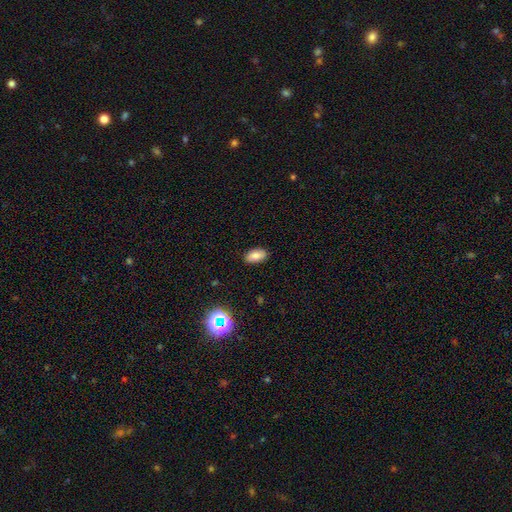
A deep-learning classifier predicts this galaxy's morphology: Smooth or featured? Predicted: smooth (p=0.81). How rounded? Predicted: in between (p=0.93). Merging? Predicted: none (p=0.87).